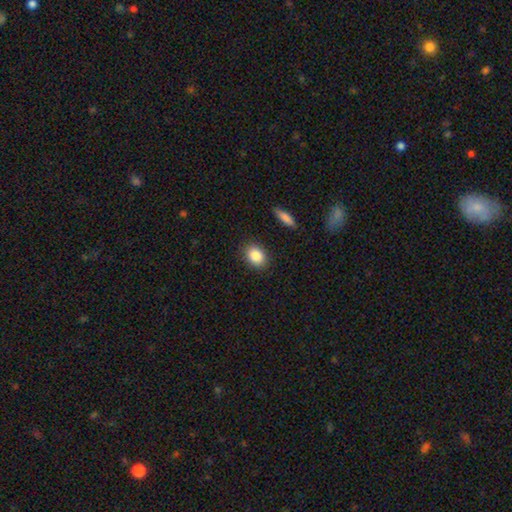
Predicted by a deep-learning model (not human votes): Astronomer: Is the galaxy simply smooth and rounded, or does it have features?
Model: smooth — 86%.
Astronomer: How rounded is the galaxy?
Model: in between — 64%.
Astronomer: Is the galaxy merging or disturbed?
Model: none — 87%.